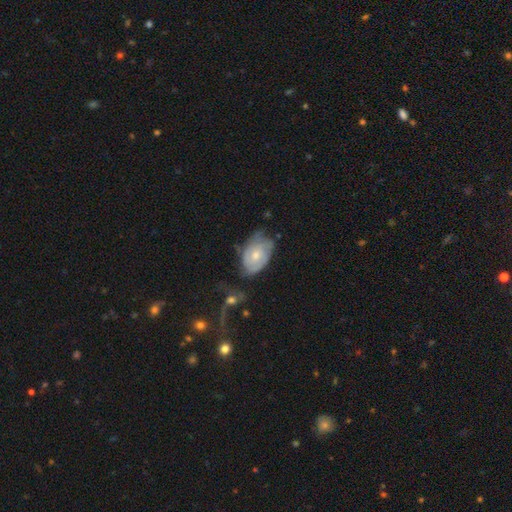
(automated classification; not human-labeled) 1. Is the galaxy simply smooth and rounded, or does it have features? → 59% featured or disk, 35% smooth, 6% star or artifact.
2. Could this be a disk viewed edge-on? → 95% no, 5% yes.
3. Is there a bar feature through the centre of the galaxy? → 76% no, 21% weak, 3% strong.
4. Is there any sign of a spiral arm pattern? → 74% yes, 26% no.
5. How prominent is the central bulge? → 54% moderate, 41% small, 2% large, 2% none, 1% dominant.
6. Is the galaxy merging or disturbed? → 48% none, 34% minor disturbance, 14% major disturbance, 4% merger.